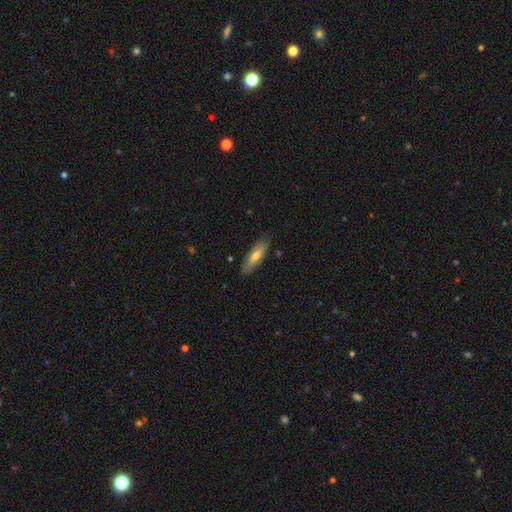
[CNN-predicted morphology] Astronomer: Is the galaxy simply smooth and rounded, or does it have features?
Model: smooth — 60%.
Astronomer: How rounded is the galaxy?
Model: cigar-shaped — 52% (runner-up: in between, 46%).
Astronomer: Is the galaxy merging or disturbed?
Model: none — 84%.